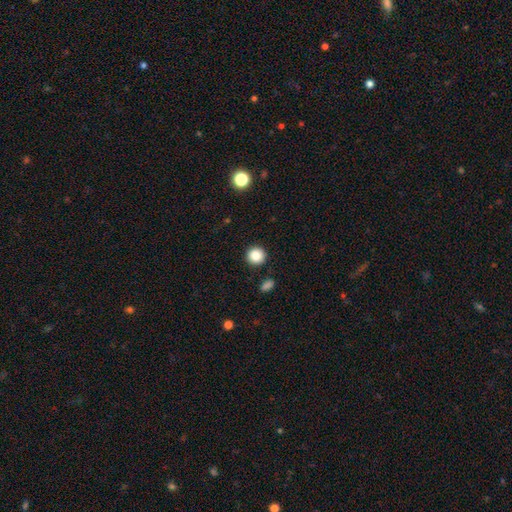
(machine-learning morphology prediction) Smooth or featured?
  - smooth: 86% *
  - star or artifact: 10%
  - featured or disk: 4%
How rounded?
  - round: 94% *
  - in between: 5%
  - cigar-shaped: 1%
Merging?
  - none: 90% *
  - minor disturbance: 6%
  - merger: 2%
  - major disturbance: 2%